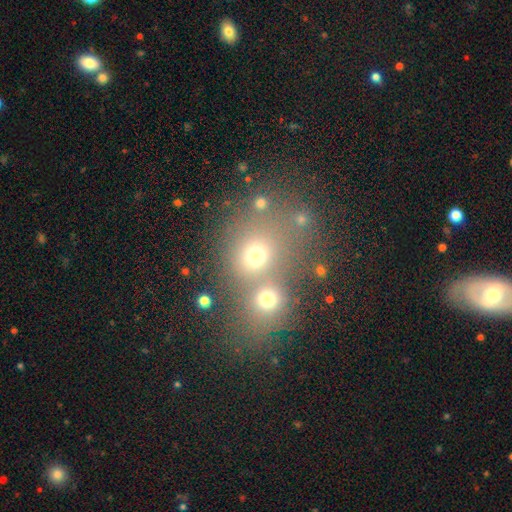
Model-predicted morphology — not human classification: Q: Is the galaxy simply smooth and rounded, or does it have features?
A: smooth — 59%.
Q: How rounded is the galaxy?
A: round — 68%.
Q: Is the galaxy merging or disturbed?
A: merger — 63%.